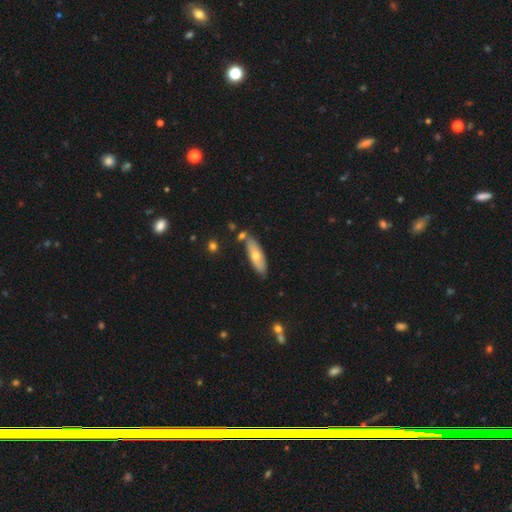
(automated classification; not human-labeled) This appears to be a smooth galaxy with no disk features (57%) that is in between round and cigar-shaped (55%). Merging: none (77%).